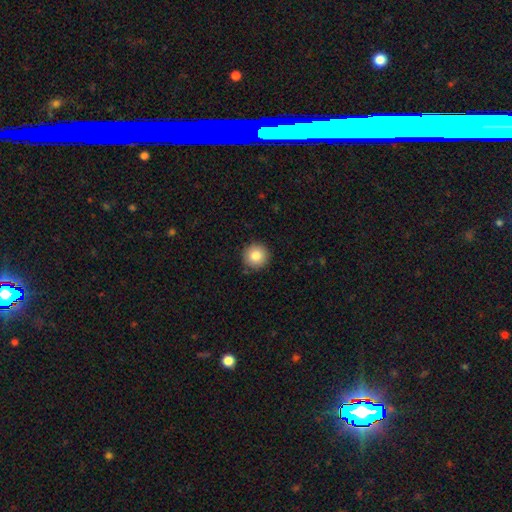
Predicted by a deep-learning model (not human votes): Smooth or featured?
  - smooth: 82% *
  - star or artifact: 9%
  - featured or disk: 8%
How rounded?
  - round: 96% *
  - in between: 3%
  - cigar-shaped: 1%
Merging?
  - none: 91% *
  - minor disturbance: 6%
  - major disturbance: 2%
  - merger: 1%